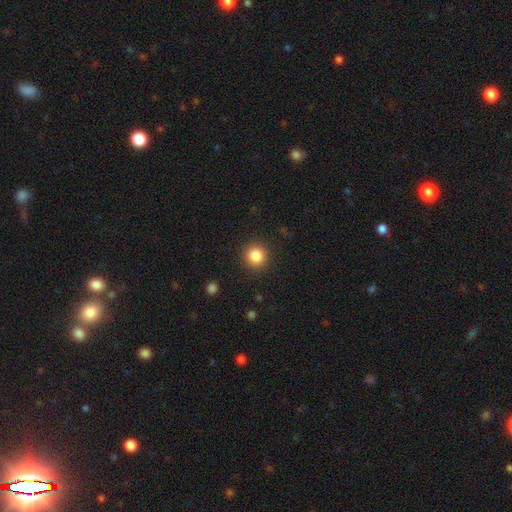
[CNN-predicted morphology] Smooth or featured: smooth — 85% (star or artifact — 10%)
How rounded: round — 93% (in between — 6%)
Merging: none — 91% (minor disturbance — 6%)